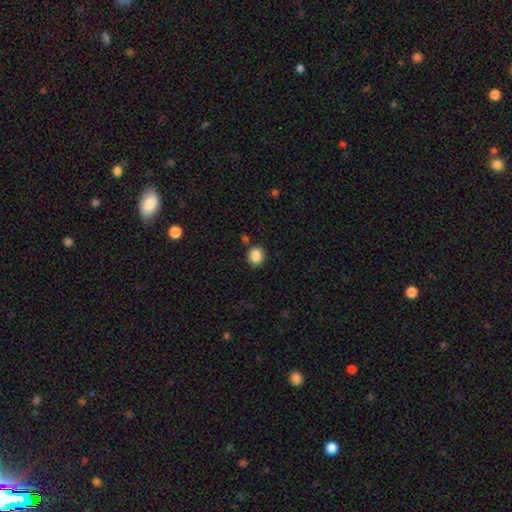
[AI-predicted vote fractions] Smooth or featured? Predicted: smooth (p=0.87). How rounded? Predicted: round (p=0.81). Merging? Predicted: none (p=0.85).